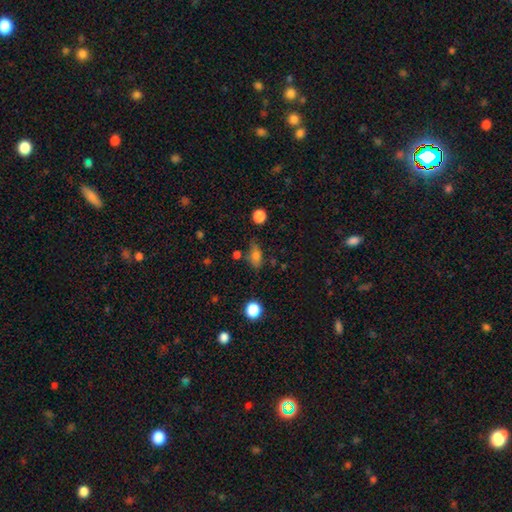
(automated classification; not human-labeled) Morphology: type=smooth (78%); roundness=in between (80%); merging=none (68%).